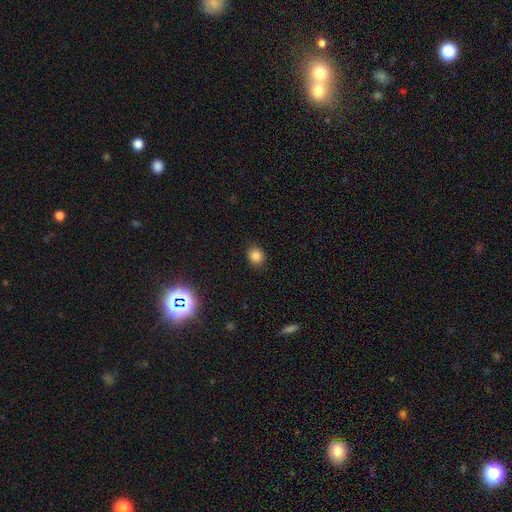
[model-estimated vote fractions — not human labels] Smooth or featured? Predicted: smooth (p=0.83). How rounded? Predicted: round (p=0.68). Merging? Predicted: none (p=0.87).